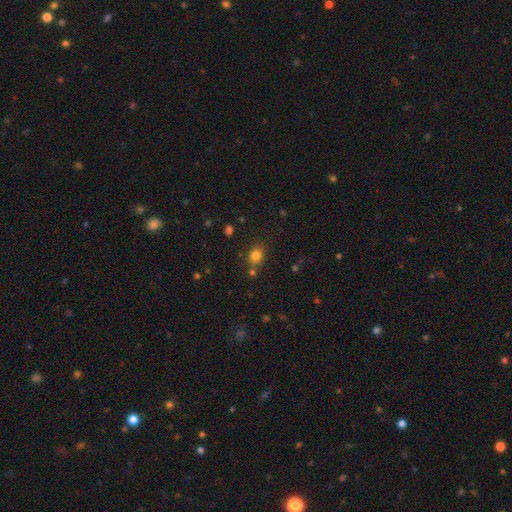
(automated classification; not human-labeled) Smooth or featured? Predicted: smooth (p=0.78). How rounded? Predicted: round (p=0.65). Merging? Predicted: none (p=0.73).